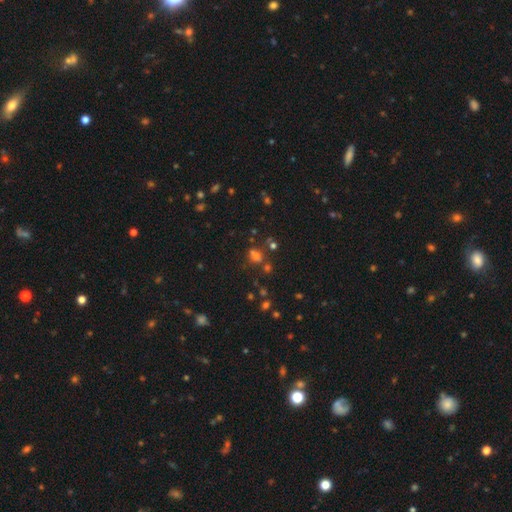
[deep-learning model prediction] smooth_or_featured: smooth (p=0.50) [alt: star or artifact p=0.37]
how_rounded: round (p=0.55) [alt: in between p=0.42]
merging: none (p=0.53) [alt: merger p=0.26]